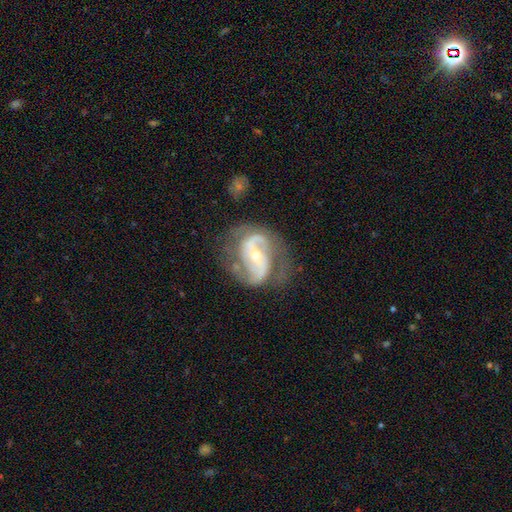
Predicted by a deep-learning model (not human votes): Smooth or featured? Predicted: featured or disk (p=0.87). Edge-on disk? Predicted: no (p=0.97). Bar? Predicted: no (p=0.42). Spiral arms? Predicted: yes (p=0.94). Spiral winding? Predicted: medium (p=0.50). Spiral arm count? Predicted: 2 (p=0.82). Bulge size? Predicted: small (p=0.55). Merging? Predicted: none (p=0.59).